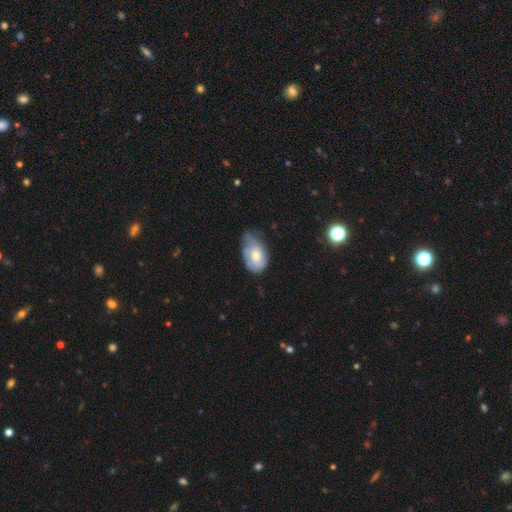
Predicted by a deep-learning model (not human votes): A smooth galaxy with no disk features (57%) that is in between round and cigar-shaped (89%).

Vote fractions:
- Smooth or featured? smooth: 57% / featured or disk: 36% / star or artifact: 6%
- How rounded? in between: 89% / round: 10% / cigar-shaped: 2%
- Merging? minor disturbance: 48% / none: 32% / major disturbance: 18% / merger: 2%